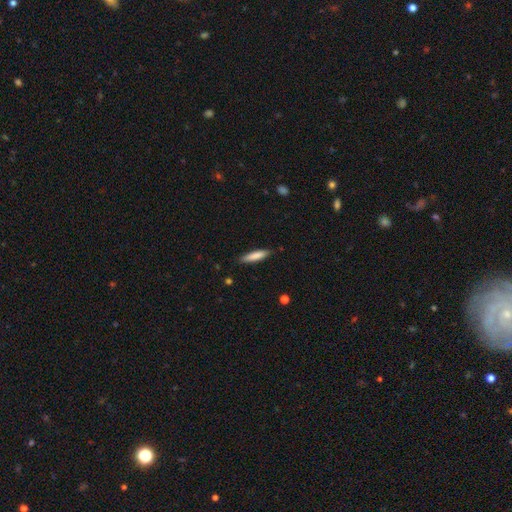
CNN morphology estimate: Smooth or featured? Predicted: smooth (p=0.81). How rounded? Predicted: cigar-shaped (p=0.83). Merging? Predicted: none (p=0.87).